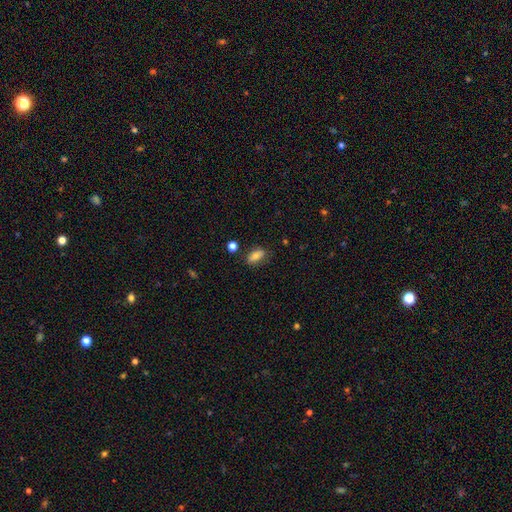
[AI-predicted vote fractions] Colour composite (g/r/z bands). It shows a smooth galaxy with no disk features (73%) that is in between round and cigar-shaped (82%). Merging: none (79%).